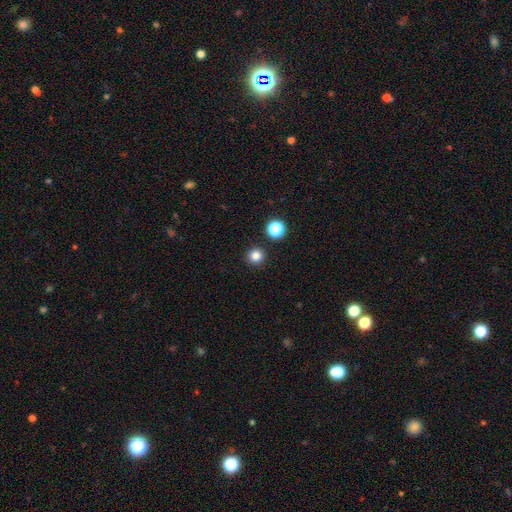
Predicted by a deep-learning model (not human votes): A smooth galaxy with no disk features (82%) that is round (95%). Merging: none (92%).